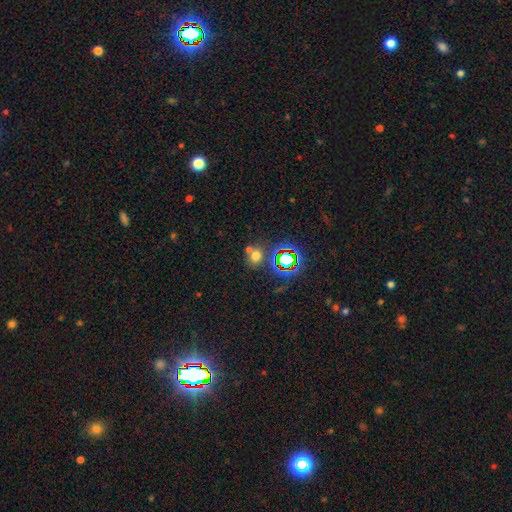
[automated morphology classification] Smooth or featured? Predicted: smooth (p=0.59). How rounded? Predicted: round (p=0.70). Merging? Predicted: none (p=0.60).